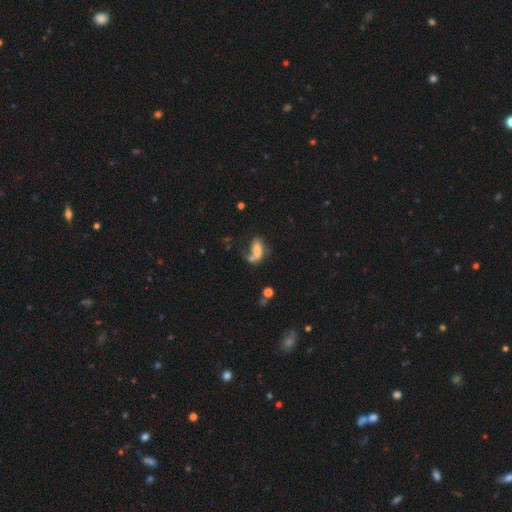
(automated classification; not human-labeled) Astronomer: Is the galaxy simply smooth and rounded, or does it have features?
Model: featured or disk — 44% (runner-up: smooth, 42%).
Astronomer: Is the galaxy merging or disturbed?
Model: none — 34% (runner-up: major disturbance, 30%).